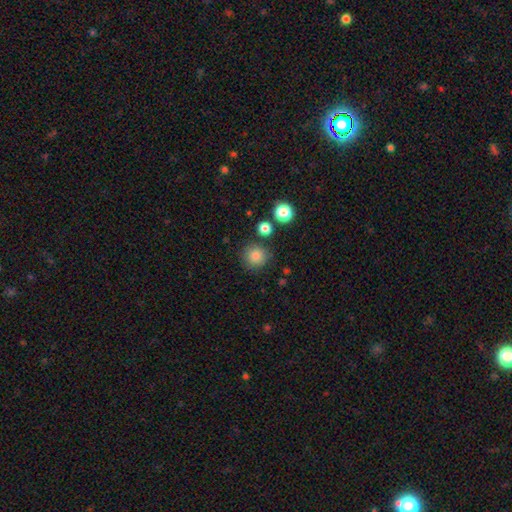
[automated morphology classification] Smooth or featured? smooth (84%)
How rounded? round (93%)
Merging? none (83%)